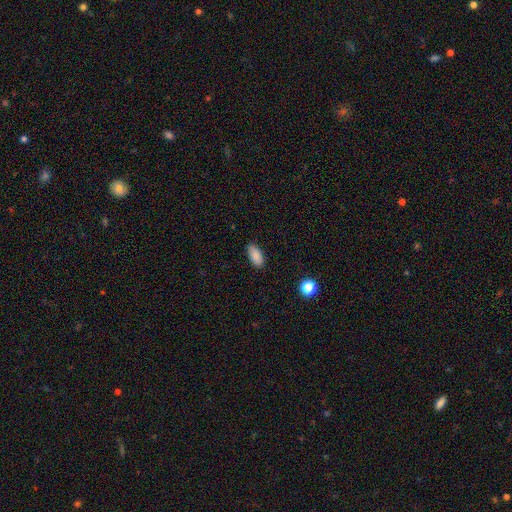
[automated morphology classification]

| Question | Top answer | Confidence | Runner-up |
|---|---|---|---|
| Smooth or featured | smooth | 88% | star or artifact (8%) |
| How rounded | in between | 91% | cigar-shaped (7%) |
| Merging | none | 85% | minor disturbance (12%) |